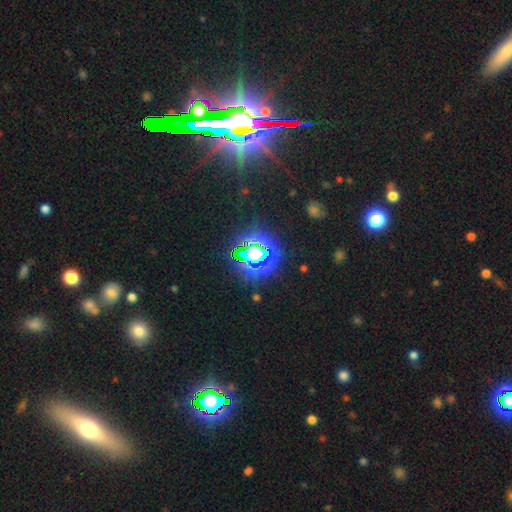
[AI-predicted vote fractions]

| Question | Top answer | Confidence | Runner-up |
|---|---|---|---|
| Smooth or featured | star or artifact | 70% | smooth (19%) |